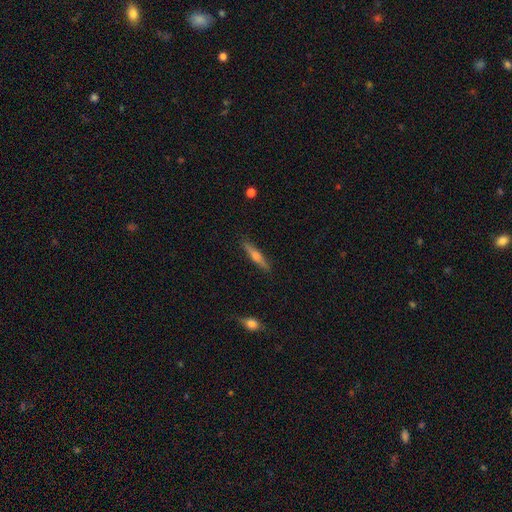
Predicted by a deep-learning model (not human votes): Smooth or featured?
  - featured or disk: 51% *
  - smooth: 42%
  - star or artifact: 7%
Edge-on disk?
  - yes: 96% *
  - no: 4%
Merging?
  - none: 89% *
  - minor disturbance: 8%
  - major disturbance: 2%
  - merger: 1%